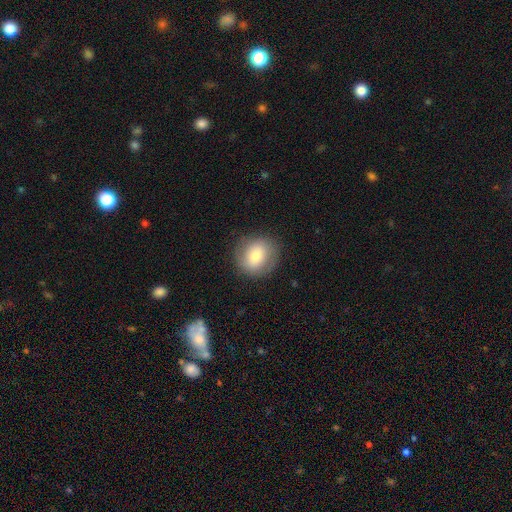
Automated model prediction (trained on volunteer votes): smooth 69%, featured or disk 23%, star or artifact 8%. Down the decision tree: how rounded — round (81%); merging — none (84%).